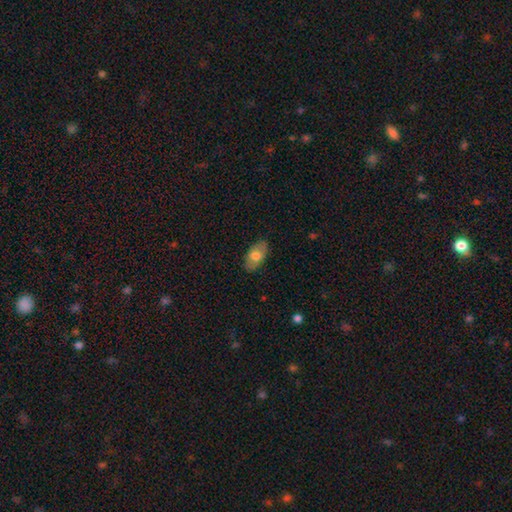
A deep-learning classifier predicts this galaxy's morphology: This is likely a smooth galaxy (68%). How rounded: clearly in between (93%). Merging: clearly none (85%).